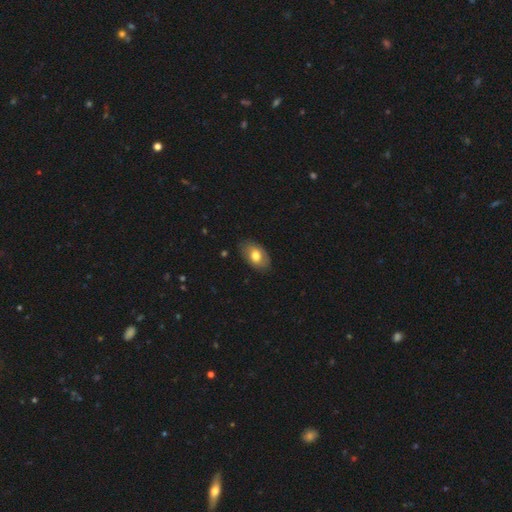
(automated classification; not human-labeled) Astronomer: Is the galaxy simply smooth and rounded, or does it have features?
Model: smooth — 71%.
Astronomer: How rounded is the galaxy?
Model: in between — 90%.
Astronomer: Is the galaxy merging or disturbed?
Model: none — 81%.